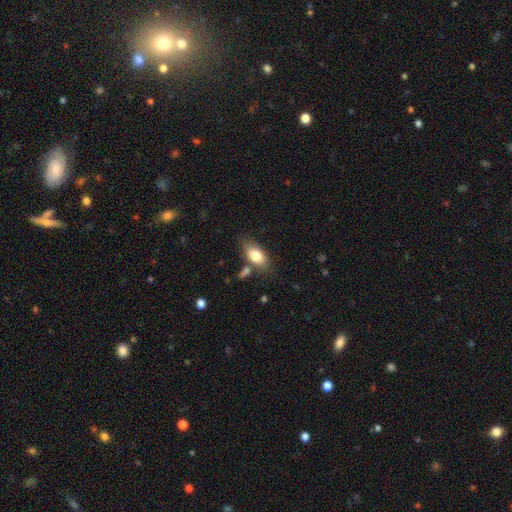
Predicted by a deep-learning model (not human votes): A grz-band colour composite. It shows a smooth galaxy with no disk features (79%) that is in between round and cigar-shaped (88%). Merging: none (69%).